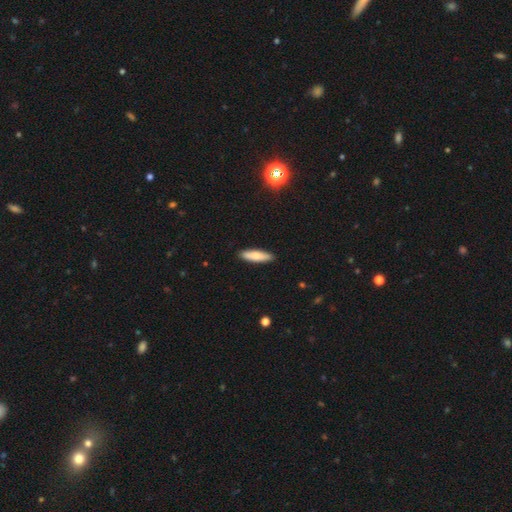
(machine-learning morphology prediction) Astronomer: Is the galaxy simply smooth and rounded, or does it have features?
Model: smooth — 76%.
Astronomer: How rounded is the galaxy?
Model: cigar-shaped — 65%.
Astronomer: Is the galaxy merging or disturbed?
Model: none — 89%.